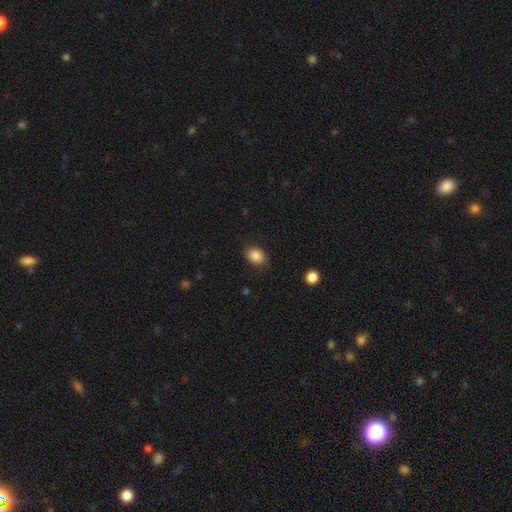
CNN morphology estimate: smooth_or_featured: smooth (p=0.86) [alt: star or artifact p=0.08]
how_rounded: in between (p=0.68) [alt: round p=0.31]
merging: none (p=0.82) [alt: minor disturbance p=0.14]